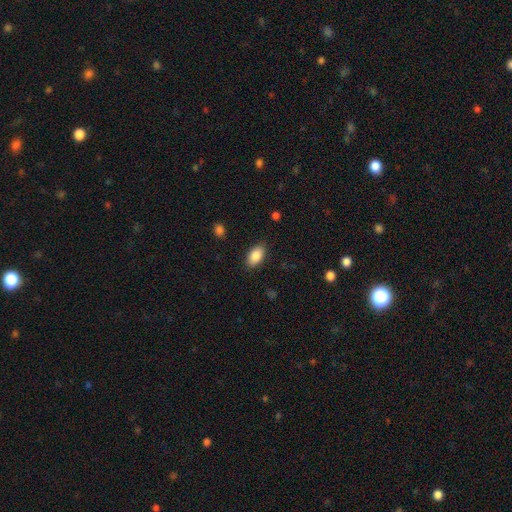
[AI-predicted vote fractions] Morphology: type=smooth (87%); roundness=in between (93%); merging=none (87%).